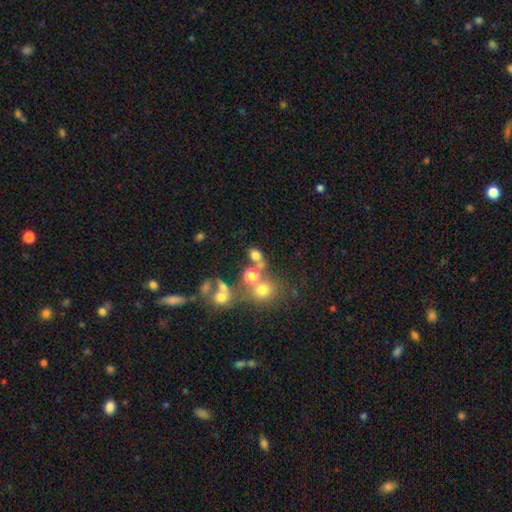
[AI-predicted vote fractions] Smooth or featured?
  - smooth: 67% *
  - star or artifact: 19%
  - featured or disk: 14%
How rounded?
  - round: 54% *
  - in between: 43%
  - cigar-shaped: 2%
Merging?
  - none: 48% *
  - merger: 32%
  - minor disturbance: 11%
  - major disturbance: 9%